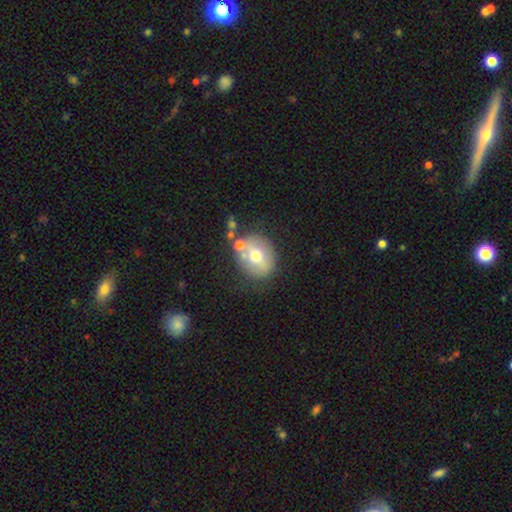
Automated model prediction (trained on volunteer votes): A smooth galaxy with no disk features (56%) that is round (66%). Merging: none (65%).